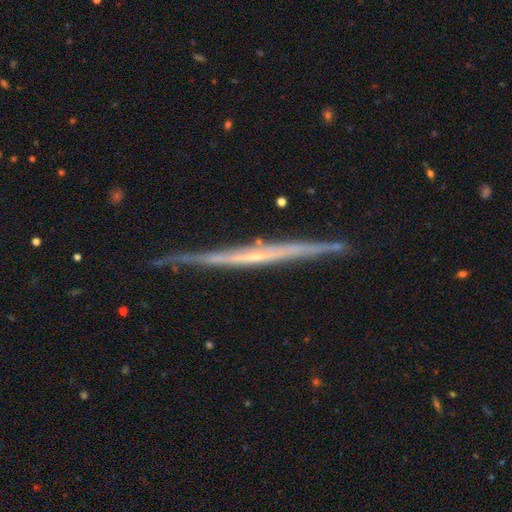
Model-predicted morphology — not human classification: This appears to be a featured or disk galaxy (79%) viewed edge-on (97%) with no central bulge (70%). Merging: none (82%).